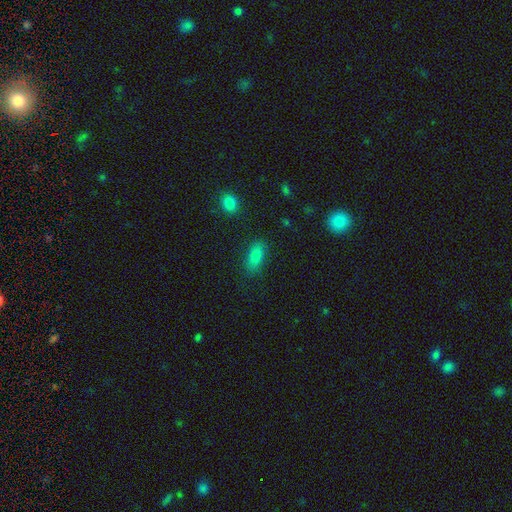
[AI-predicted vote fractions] Smooth or featured? Predicted: smooth (p=0.83). How rounded? Predicted: in between (p=0.86). Merging? Predicted: none (p=0.81).